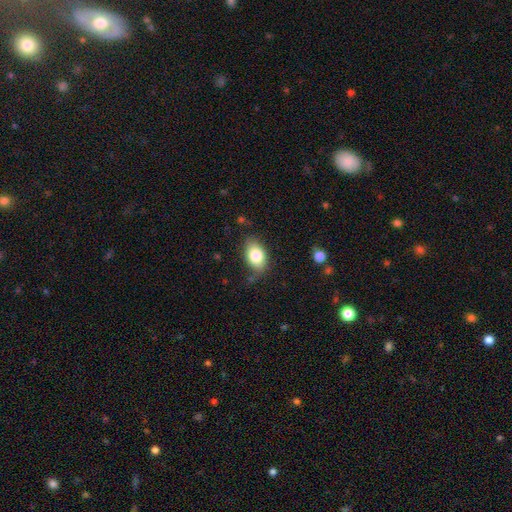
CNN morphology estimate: Smooth or featured: smooth — 82% (featured or disk — 11%)
How rounded: in between — 87% (round — 12%)
Merging: none — 73% (minor disturbance — 20%)